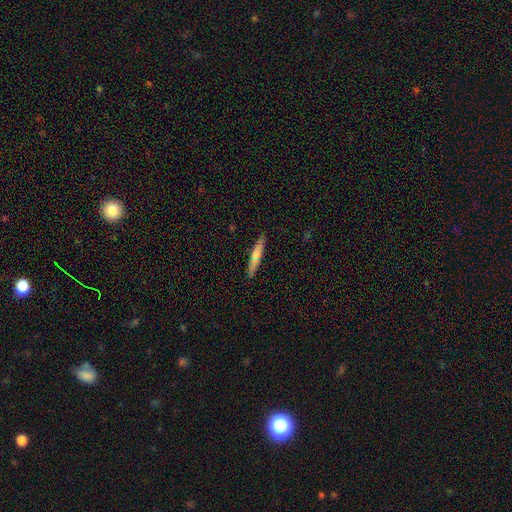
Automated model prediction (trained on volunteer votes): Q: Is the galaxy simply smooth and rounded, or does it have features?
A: smooth — 53%.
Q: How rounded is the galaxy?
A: cigar-shaped — 92%.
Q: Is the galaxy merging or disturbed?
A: none — 88%.